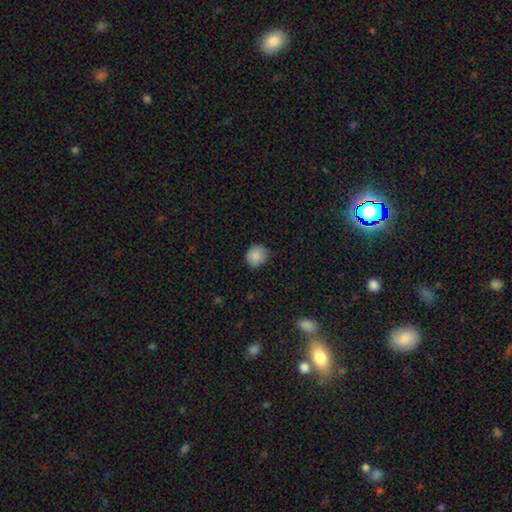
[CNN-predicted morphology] A smooth galaxy with no disk features (88%) that is round (81%).

Vote fractions:
- Smooth or featured? smooth: 88% / star or artifact: 8% / featured or disk: 4%
- How rounded? round: 81% / in between: 18% / cigar-shaped: 1%
- Merging? none: 79% / minor disturbance: 17% / major disturbance: 3% / merger: 1%